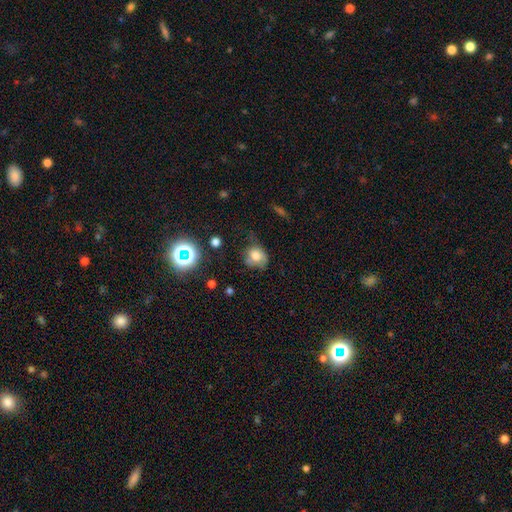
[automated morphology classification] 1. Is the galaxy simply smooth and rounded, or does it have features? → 69% smooth, 17% featured or disk, 14% star or artifact.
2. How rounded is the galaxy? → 59% round, 40% in between, 1% cigar-shaped.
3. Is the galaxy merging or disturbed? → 43% none, 34% minor disturbance, 19% major disturbance, 4% merger.